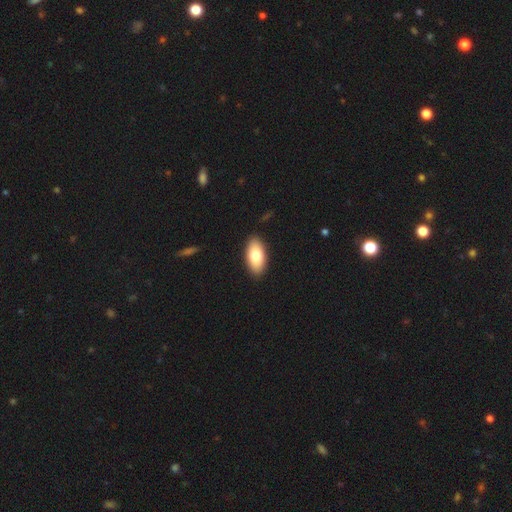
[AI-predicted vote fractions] smooth_or_featured: smooth (p=0.81) [alt: featured or disk p=0.14]
how_rounded: in between (p=0.93) [alt: cigar-shaped p=0.05]
merging: none (p=0.90) [alt: minor disturbance p=0.08]